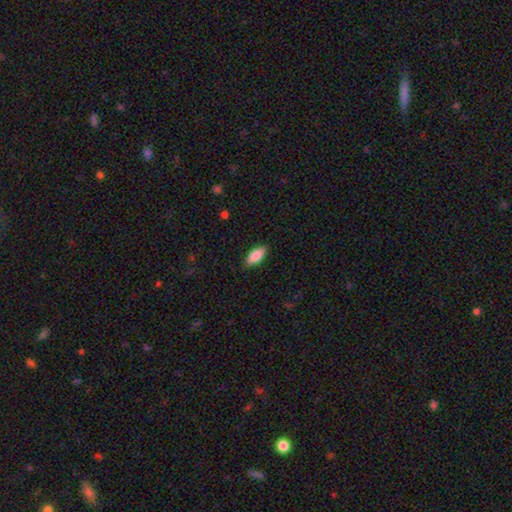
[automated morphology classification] Overall: smooth (87%). How rounded: in between (87%). Merging: none (88%).